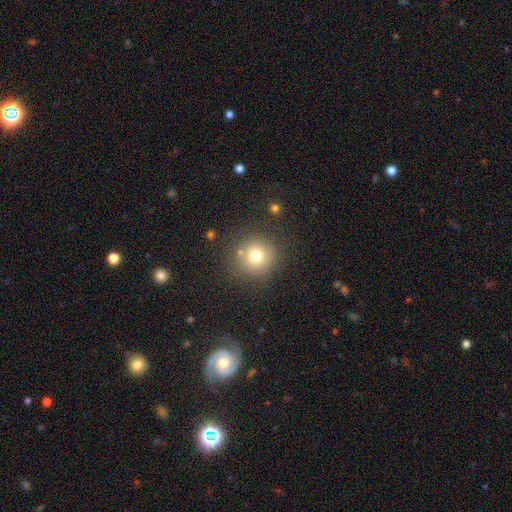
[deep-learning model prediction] A smooth galaxy with no disk features (74%) that is round (94%). Merging: none (81%).